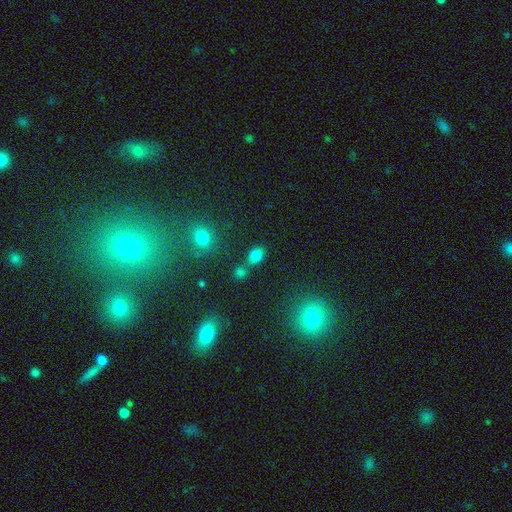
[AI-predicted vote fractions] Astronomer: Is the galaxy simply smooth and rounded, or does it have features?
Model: smooth — 79%.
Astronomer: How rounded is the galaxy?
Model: in between — 72%.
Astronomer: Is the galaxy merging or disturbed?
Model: none — 61%.